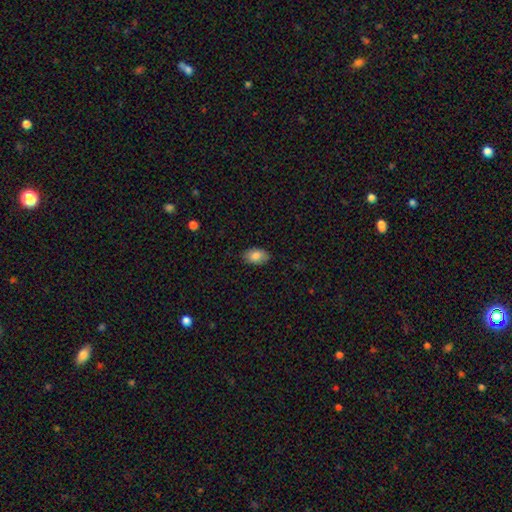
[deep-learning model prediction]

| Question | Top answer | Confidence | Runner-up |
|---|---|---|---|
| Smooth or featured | smooth | 84% | featured or disk (9%) |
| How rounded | in between | 91% | round (7%) |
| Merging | none | 85% | minor disturbance (12%) |